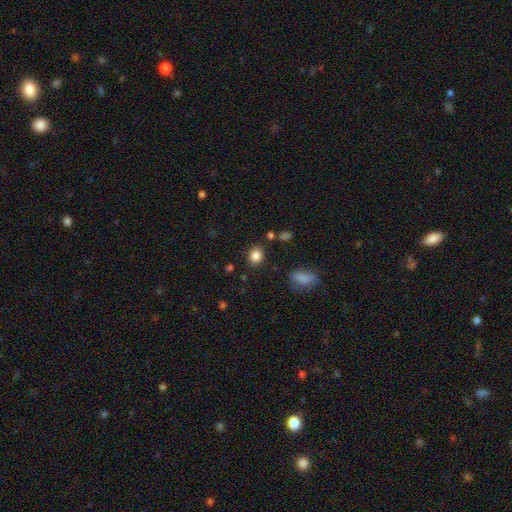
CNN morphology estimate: Overall: smooth (84%). How rounded: round (59%; in between 40%). Merging: none (84%).